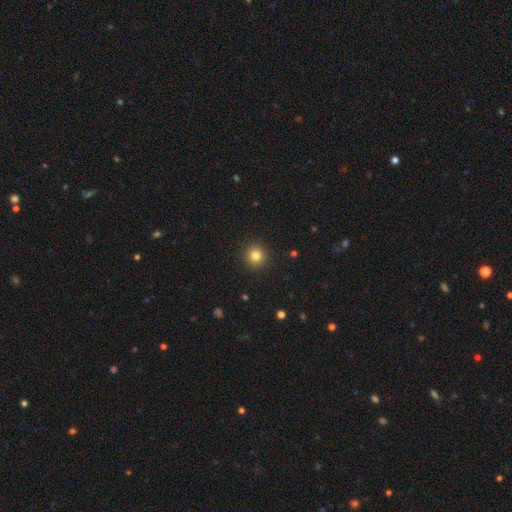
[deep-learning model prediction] Q: Smooth or featured?
A: smooth (81%); runner-up: star or artifact (13%)
Q: How rounded?
A: round (95%); runner-up: in between (4%)
Q: Merging?
A: none (93%); runner-up: minor disturbance (5%)